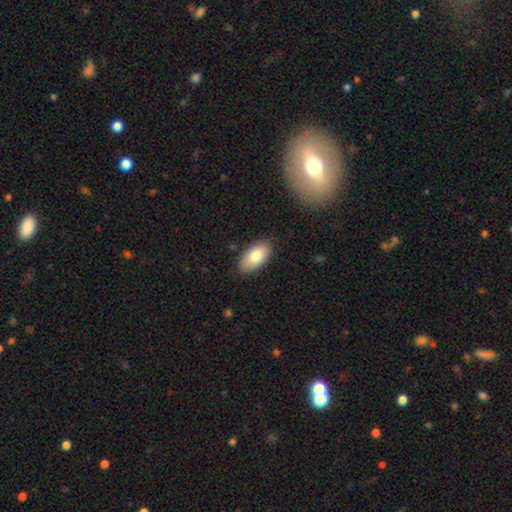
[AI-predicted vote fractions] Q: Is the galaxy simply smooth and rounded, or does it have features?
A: smooth — 82%.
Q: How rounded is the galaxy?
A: in between — 94%.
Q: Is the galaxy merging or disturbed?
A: none — 85%.